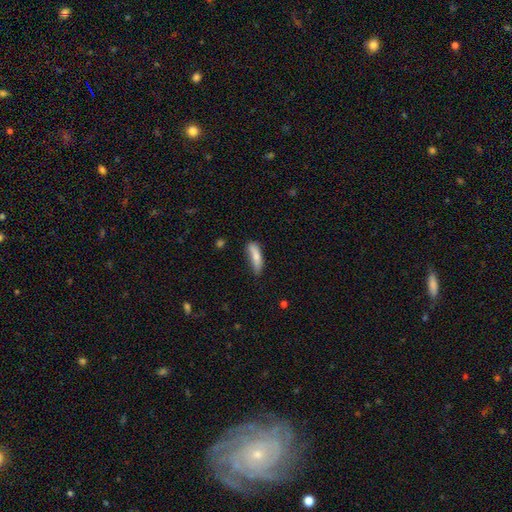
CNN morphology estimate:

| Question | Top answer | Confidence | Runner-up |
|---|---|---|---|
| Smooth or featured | smooth | 78% | featured or disk (15%) |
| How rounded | cigar-shaped | 60% | in between (38%) |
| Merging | none | 49% | minor disturbance (34%) |